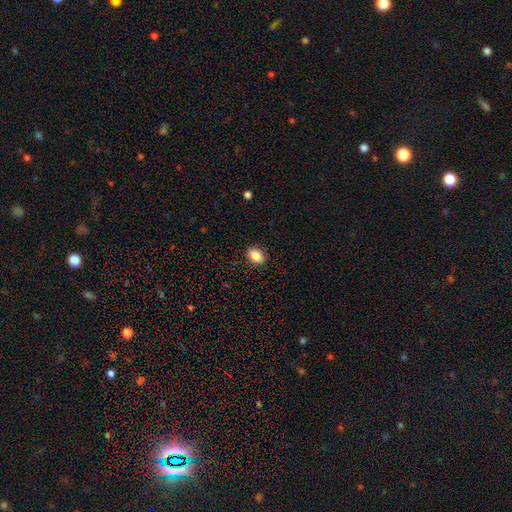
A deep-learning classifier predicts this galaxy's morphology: smooth-or-featured: smooth: 84% | star or artifact: 9% | featured or disk: 7%
  how-rounded: in between: 76% | round: 22% | cigar-shaped: 2%
  merging: none: 88% | minor disturbance: 9% | major disturbance: 2% | merger: 1%